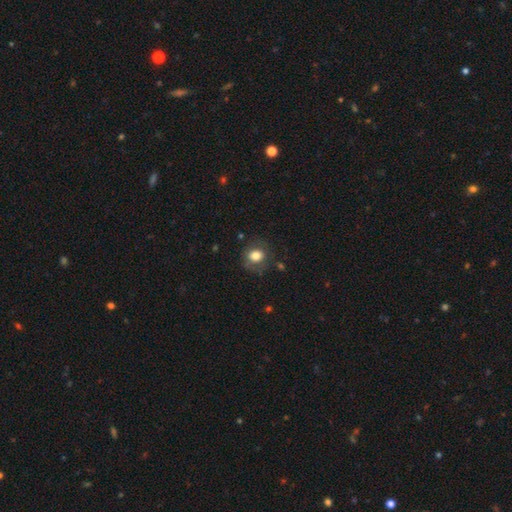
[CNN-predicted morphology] This is likely a smooth galaxy (76%). How rounded: likely round (64%). Merging: likely none (73%).